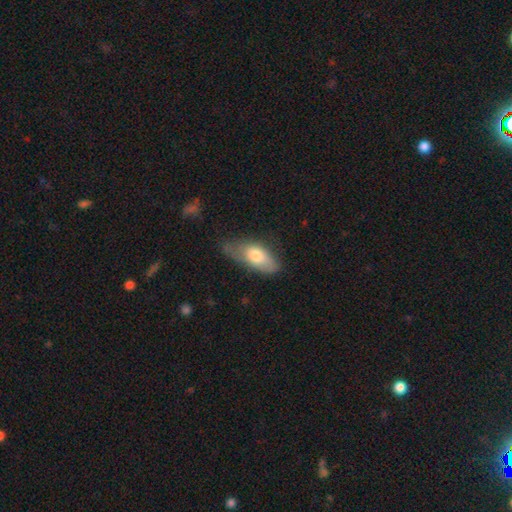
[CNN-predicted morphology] Smooth or featured? smooth (71%)
How rounded? in between (85%)
Merging? none (41%)